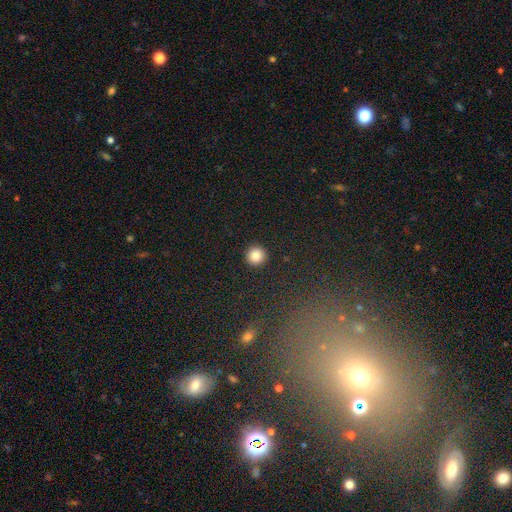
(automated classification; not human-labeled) Morphology: type=smooth (85%); roundness=round (96%); merging=none (93%).